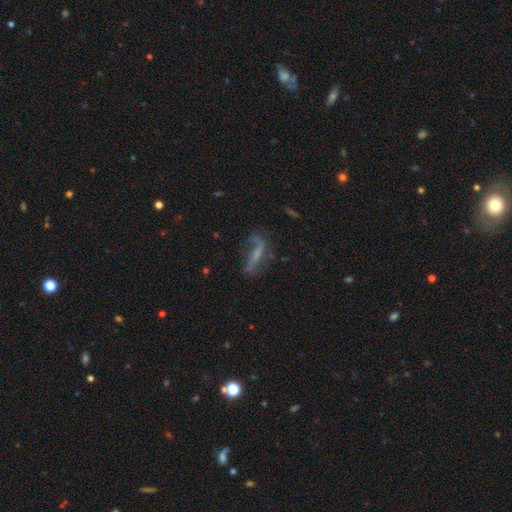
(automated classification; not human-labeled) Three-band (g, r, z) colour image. It shows a featured or disk galaxy (63%). Merging: none (46%).